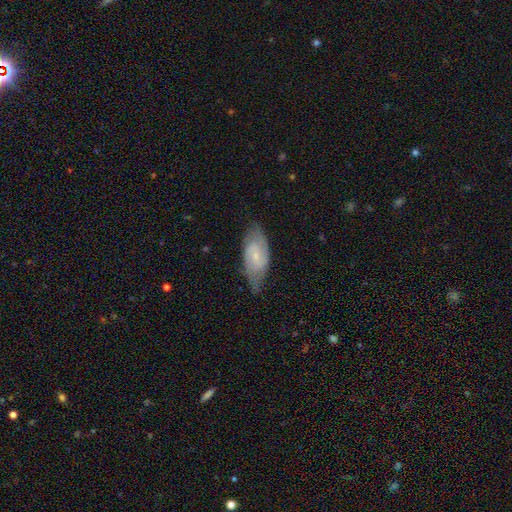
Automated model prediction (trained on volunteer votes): The model was most divided on "spiral winding": medium: 48%, tight: 33%, loose: 19%. More confident: edge-on disk — no (92%); spiral arms — yes (90%); spiral arm count — 2 (80%); smooth or featured — featured or disk (70%); merging — none (69%); bulge size — small (66%); bar — weak (53%).